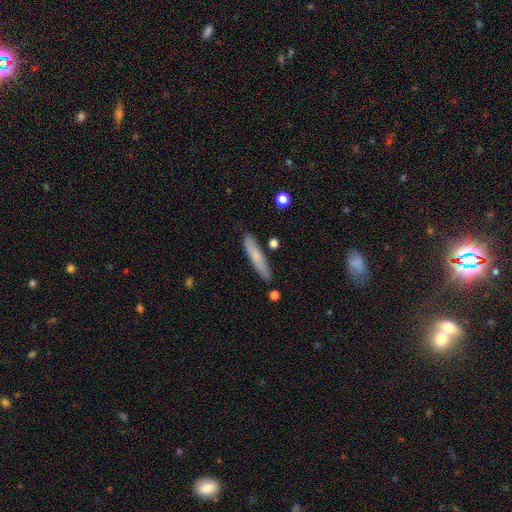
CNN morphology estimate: Smooth or featured? Predicted: smooth (p=0.71). How rounded? Predicted: cigar-shaped (p=0.87). Merging? Predicted: none (p=0.84).